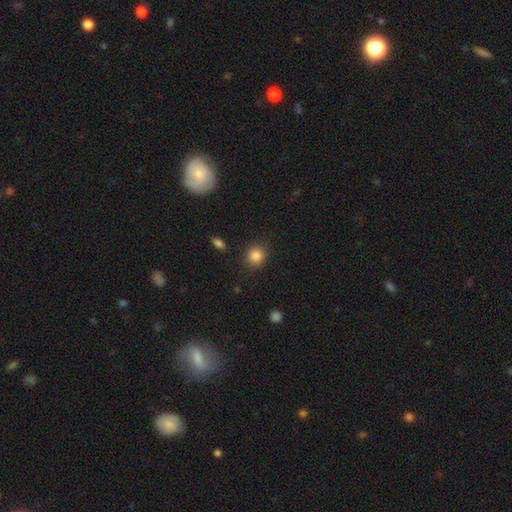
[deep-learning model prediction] This is clearly a smooth galaxy (86%). How rounded: clearly round (85%). Merging: clearly none (88%).